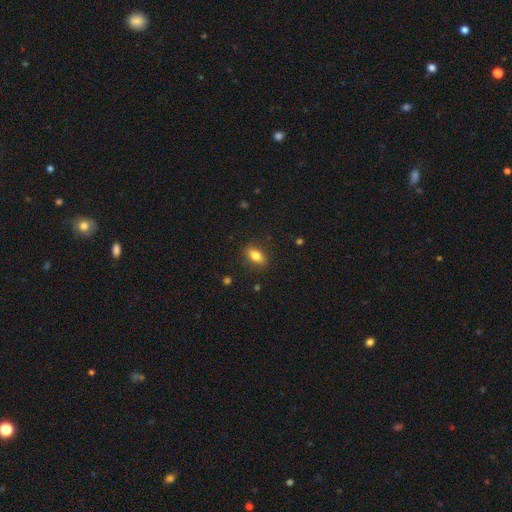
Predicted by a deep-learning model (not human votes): This is clearly a smooth galaxy (83%). How rounded: clearly in between (85%). Merging: clearly none (86%).